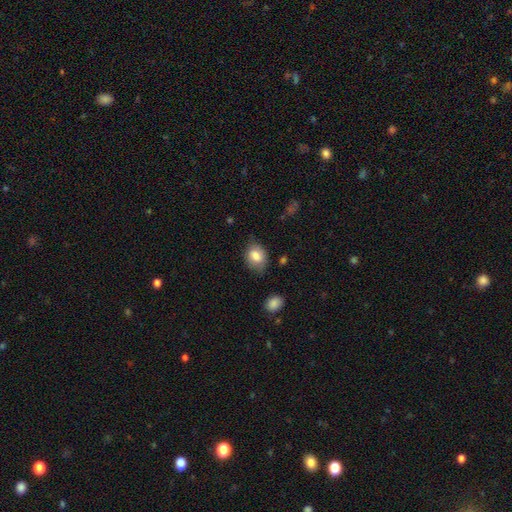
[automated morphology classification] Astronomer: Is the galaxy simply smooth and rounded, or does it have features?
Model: smooth — 81%.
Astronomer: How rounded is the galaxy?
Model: in between — 71%.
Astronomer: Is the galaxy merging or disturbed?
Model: none — 66%.